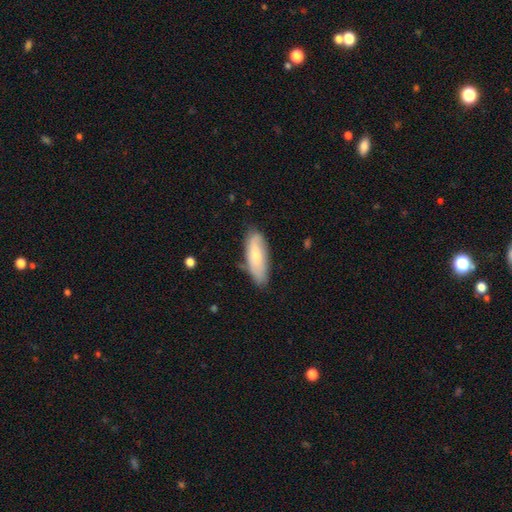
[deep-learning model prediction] Overall: smooth (63%; featured or disk 30%). How rounded: in between (69%). Merging: none (73%).